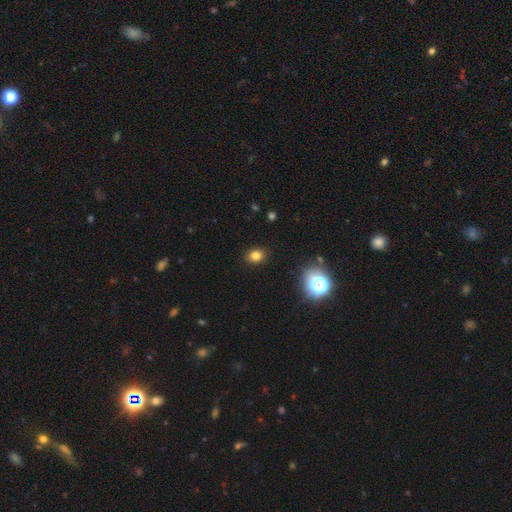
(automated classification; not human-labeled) smooth 79%, star or artifact 15%, featured or disk 6%. Down the decision tree: how rounded — round (55%); merging — none (89%).